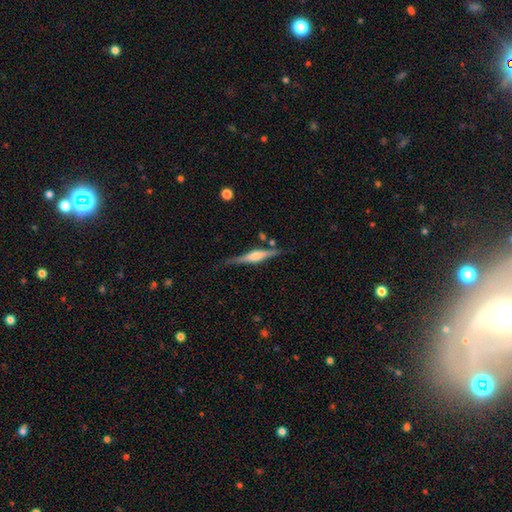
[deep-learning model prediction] This appears to be a featured or disk galaxy (72%) viewed edge-on (97%) with a rounded central bulge (74%). Merging: none (80%).